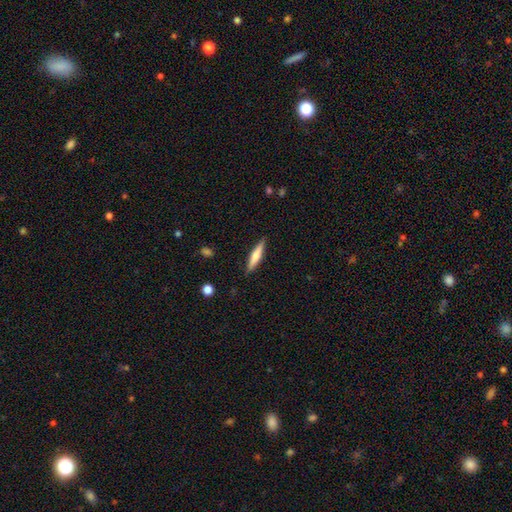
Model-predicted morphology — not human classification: smooth-or-featured: smooth: 59% | featured or disk: 35% | star or artifact: 6%
  how-rounded: cigar-shaped: 87% | in between: 12% | round: 1%
  merging: none: 89% | minor disturbance: 8% | major disturbance: 2% | merger: 1%